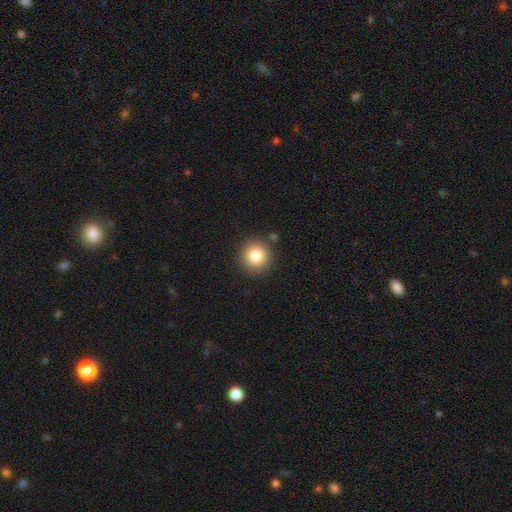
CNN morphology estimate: smooth_or_featured: smooth (p=0.83) [alt: star or artifact p=0.10]
how_rounded: round (p=0.93) [alt: in between p=0.06]
merging: none (p=0.87) [alt: minor disturbance p=0.07]